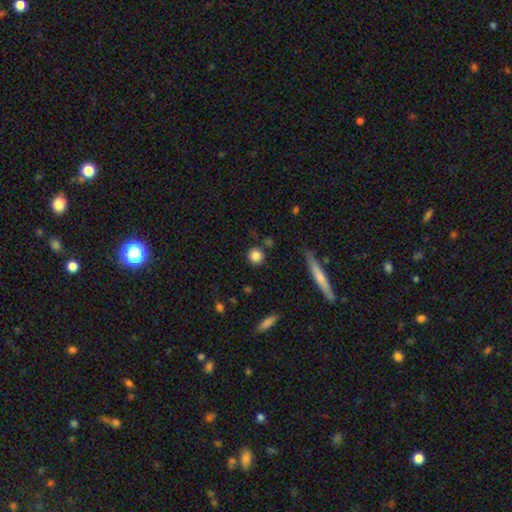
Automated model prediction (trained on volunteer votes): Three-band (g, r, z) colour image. It shows a smooth galaxy with no disk features (84%) that is round (92%). Merging: none (85%).